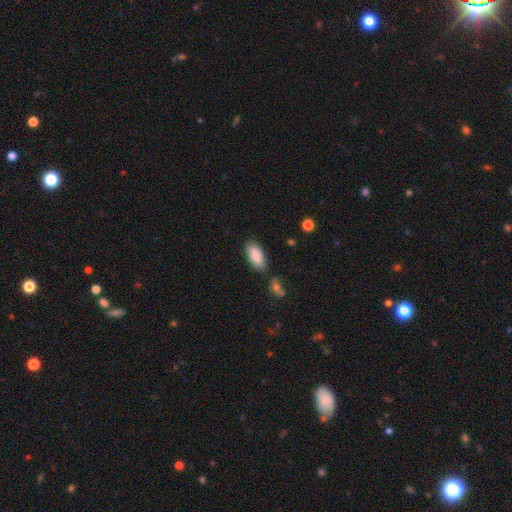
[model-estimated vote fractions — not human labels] Smooth or featured? Predicted: smooth (p=0.88). How rounded? Predicted: in between (p=0.92). Merging? Predicted: none (p=0.82).